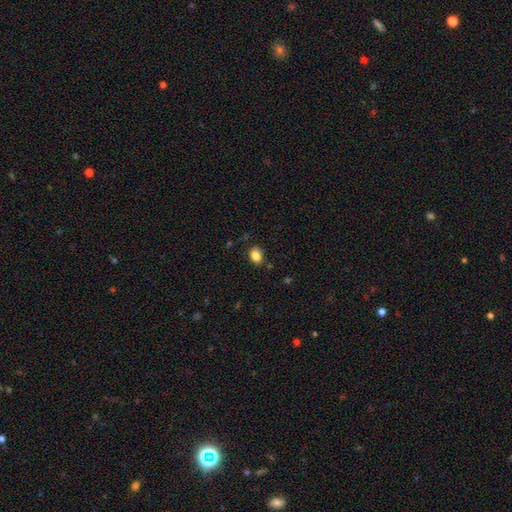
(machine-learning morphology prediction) Smooth or featured?
  - smooth: 85% *
  - star or artifact: 10%
  - featured or disk: 6%
How rounded?
  - in between: 59% *
  - round: 40%
  - cigar-shaped: 1%
Merging?
  - none: 84% *
  - minor disturbance: 12%
  - major disturbance: 3%
  - merger: 2%